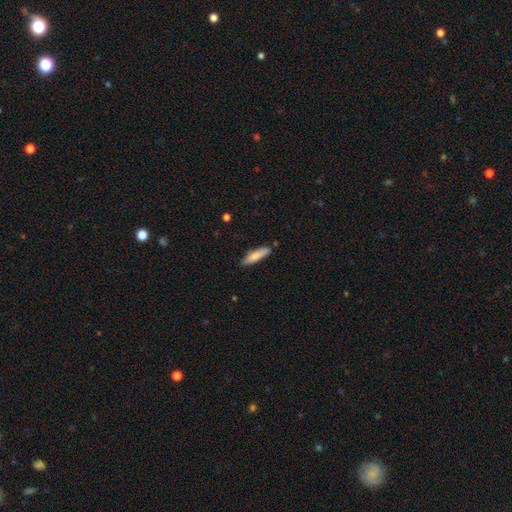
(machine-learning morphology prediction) type=smooth (78%); roundness=cigar-shaped (69%); merging=none (83%).